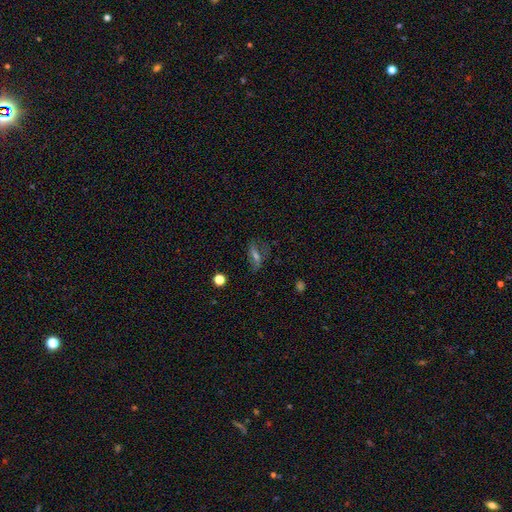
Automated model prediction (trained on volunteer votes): smooth-or-featured: featured or disk: 46% | smooth: 33% | star or artifact: 20%
  merging: none: 63% | minor disturbance: 20% | major disturbance: 15% | merger: 3%